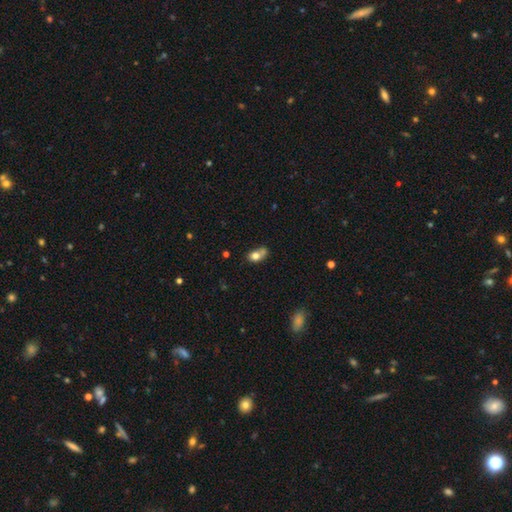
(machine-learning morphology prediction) Smooth or featured?
  - smooth: 75% *
  - featured or disk: 15%
  - star or artifact: 10%
How rounded?
  - in between: 66% *
  - round: 32%
  - cigar-shaped: 3%
Merging?
  - none: 35% *
  - merger: 34%
  - minor disturbance: 22%
  - major disturbance: 9%